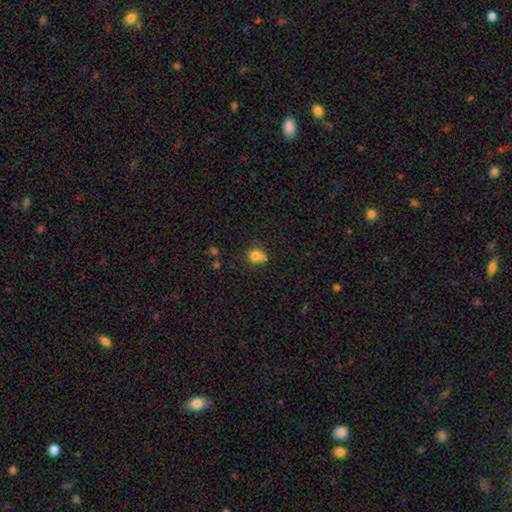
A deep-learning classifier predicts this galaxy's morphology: Smooth or featured: smooth — 74% (featured or disk — 13%)
How rounded: round — 80% (in between — 19%)
Merging: merger — 46% (none — 40%)